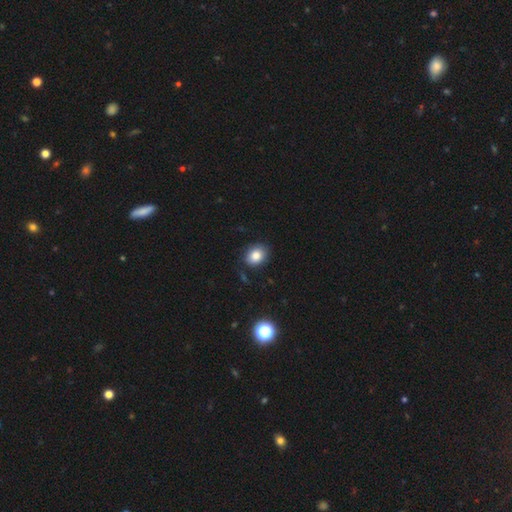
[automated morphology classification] Q: Smooth or featured?
A: smooth (83%); runner-up: star or artifact (10%)
Q: How rounded?
A: in between (55%); runner-up: round (44%)
Q: Merging?
A: none (83%); runner-up: minor disturbance (12%)